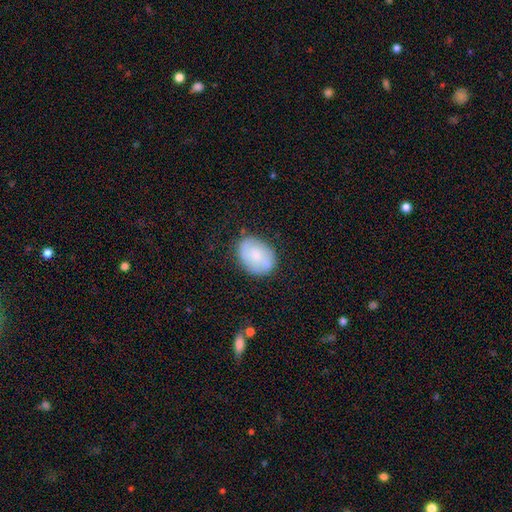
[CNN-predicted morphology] Smooth or featured? Predicted: smooth (p=0.61). How rounded? Predicted: in between (p=0.71). Merging? Predicted: none (p=0.74).